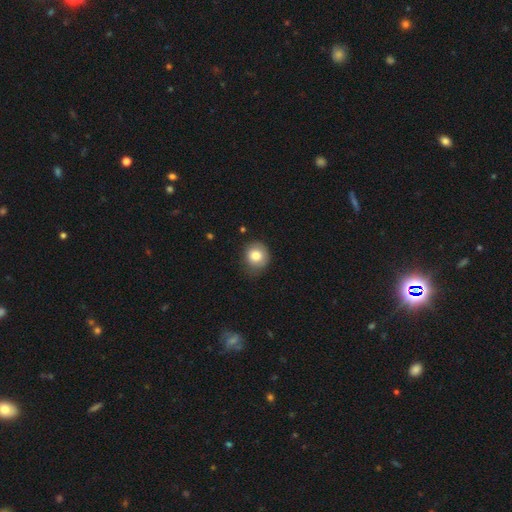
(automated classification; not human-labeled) The model was most divided on "merging": none: 70%, minor disturbance: 23%, major disturbance: 5%, merger: 2%. More confident: smooth or featured — smooth (80%); how rounded — round (80%).